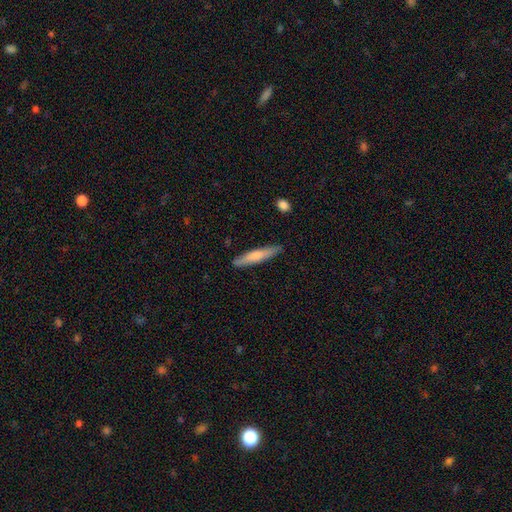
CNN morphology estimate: This appears to be a smooth galaxy with no disk features (67%) that is cigar-shaped (90%). Merging: none (87%).